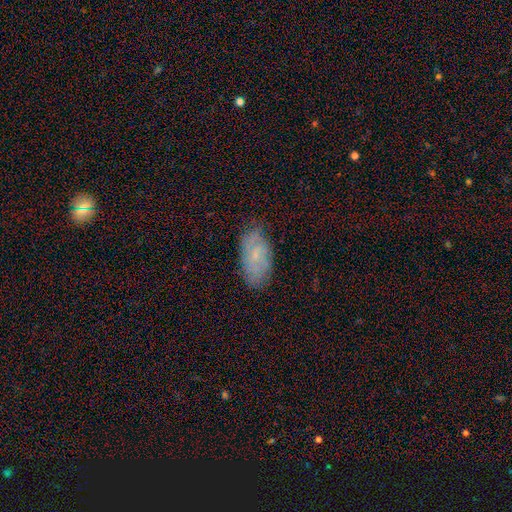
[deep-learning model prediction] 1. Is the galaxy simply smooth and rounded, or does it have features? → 52% smooth, 38% featured or disk, 10% star or artifact.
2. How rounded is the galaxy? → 92% in between, 5% cigar-shaped, 3% round.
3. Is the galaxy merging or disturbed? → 74% none, 20% minor disturbance, 5% major disturbance, 1% merger.